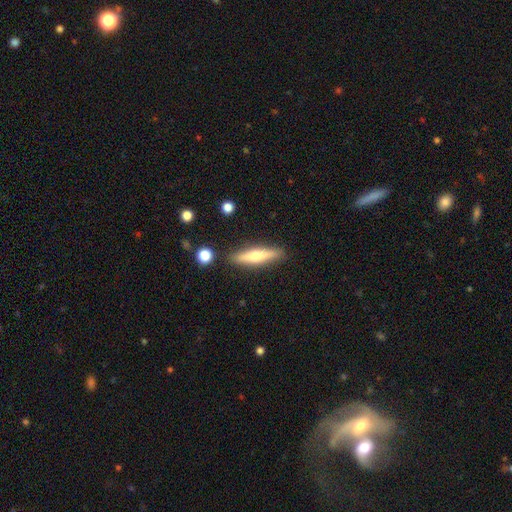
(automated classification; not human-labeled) Morphology: type=smooth (49%); merging=none (88%).